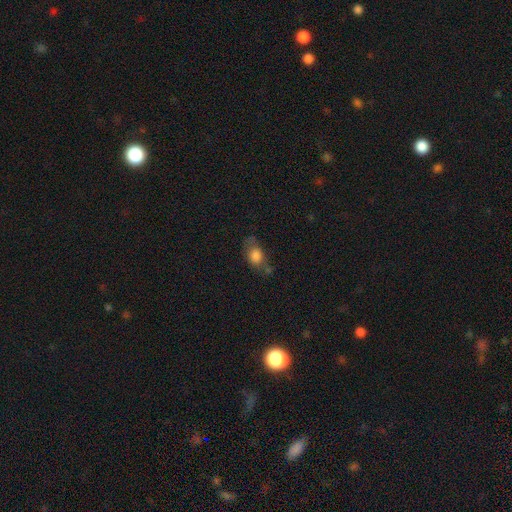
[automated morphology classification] type=smooth (76%); roundness=in between (75%); merging=none (49%).